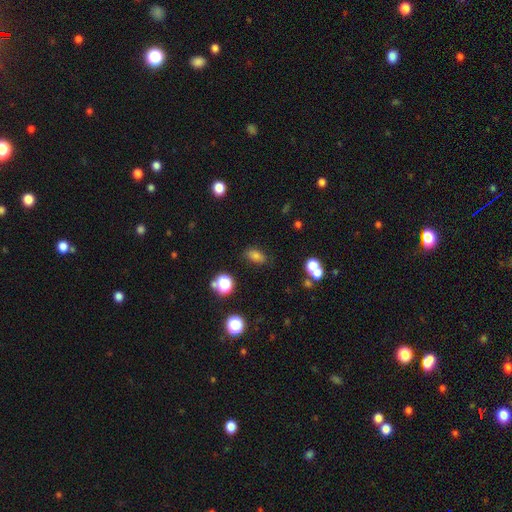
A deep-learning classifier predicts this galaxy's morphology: This is likely a smooth galaxy (76%). How rounded: clearly in between (83%). Merging: likely none (79%).